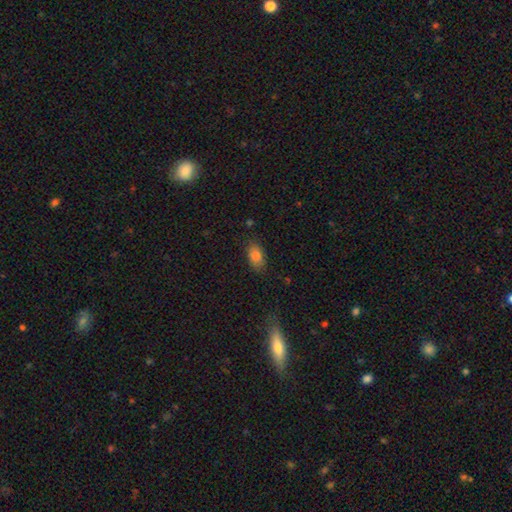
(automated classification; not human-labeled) Smooth or featured: smooth — 84% (star or artifact — 9%)
How rounded: in between — 91% (round — 7%)
Merging: none — 79% (minor disturbance — 16%)